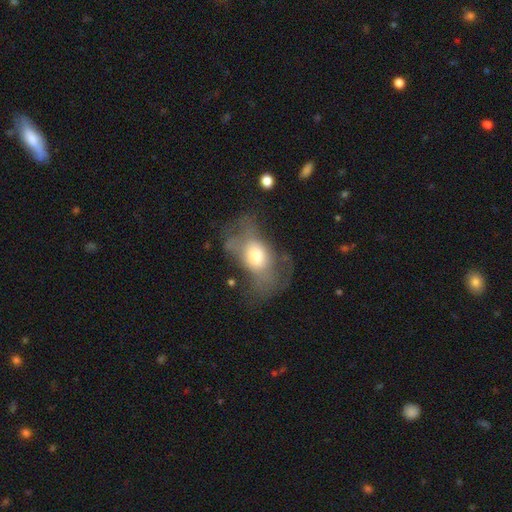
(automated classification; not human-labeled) smooth 52%, featured or disk 39%, star or artifact 10%. Down the decision tree: how rounded — in between (81%); merging — major disturbance (46%).